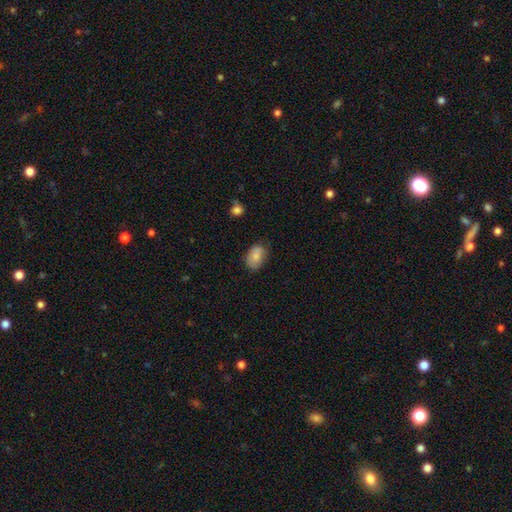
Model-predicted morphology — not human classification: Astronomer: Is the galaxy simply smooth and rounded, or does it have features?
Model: smooth — 82%.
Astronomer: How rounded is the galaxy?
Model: in between — 86%.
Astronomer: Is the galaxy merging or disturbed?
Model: none — 68%.